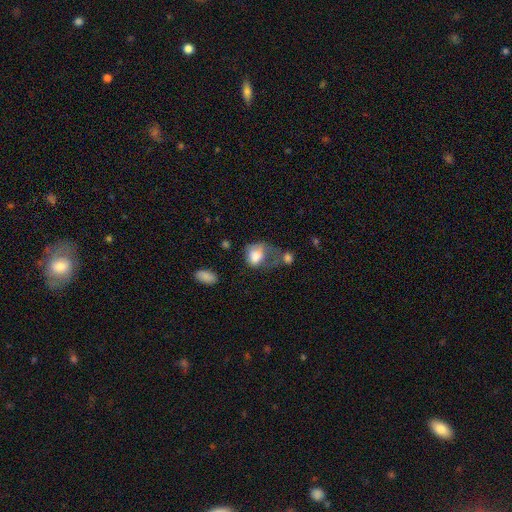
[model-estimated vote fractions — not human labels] Smooth or featured: smooth — 71% (featured or disk — 20%)
How rounded: in between — 63% (round — 36%)
Merging: major disturbance — 44% (minor disturbance — 20%)